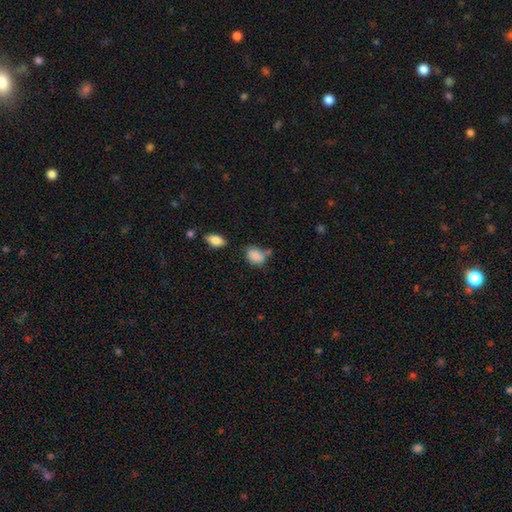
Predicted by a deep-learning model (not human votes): smooth_or_featured: smooth (p=0.84) [alt: star or artifact p=0.08]
how_rounded: in between (p=0.79) [alt: round p=0.19]
merging: none (p=0.52) [alt: minor disturbance p=0.27]